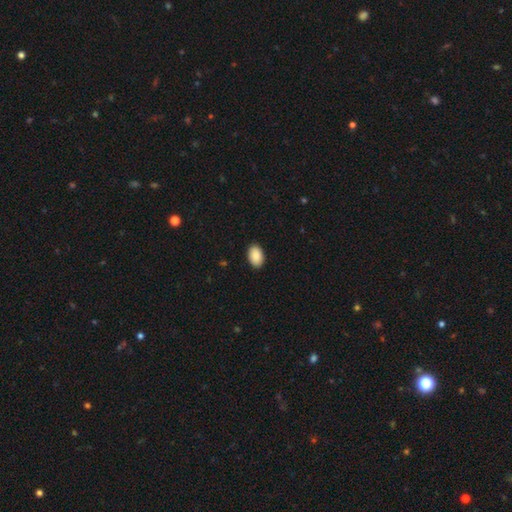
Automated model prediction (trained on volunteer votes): smooth_or_featured: smooth (p=0.90) [alt: star or artifact p=0.07]
how_rounded: in between (p=0.90) [alt: round p=0.09]
merging: none (p=0.91) [alt: minor disturbance p=0.07]